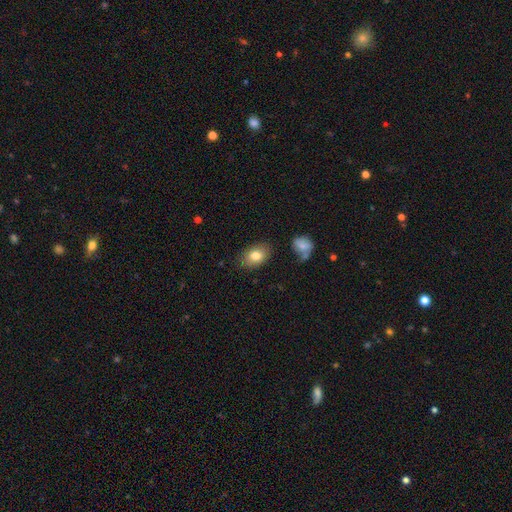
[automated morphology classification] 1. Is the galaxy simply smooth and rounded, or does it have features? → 80% smooth, 12% featured or disk, 8% star or artifact.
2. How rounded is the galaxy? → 84% in between, 15% round, 1% cigar-shaped.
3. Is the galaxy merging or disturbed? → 81% none, 13% minor disturbance, 3% major disturbance, 2% merger.